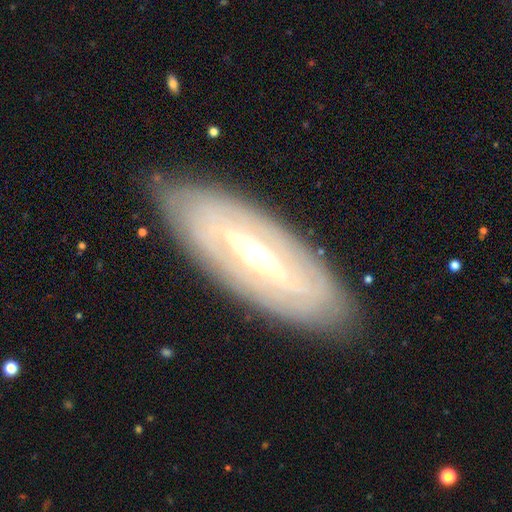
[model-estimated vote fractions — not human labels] Smooth or featured?
  - featured or disk: 81% *
  - smooth: 14%
  - star or artifact: 6%
Edge-on disk?
  - no: 79% *
  - yes: 21%
Bar?
  - strong: 46% *
  - weak: 33%
  - no: 21%
Spiral arms?
  - yes: 68% *
  - no: 32%
Bulge size?
  - moderate: 60% *
  - small: 32%
  - large: 6%
  - dominant: 1%
  - none: 1%
Merging?
  - none: 85% *
  - minor disturbance: 11%
  - major disturbance: 3%
  - merger: 1%